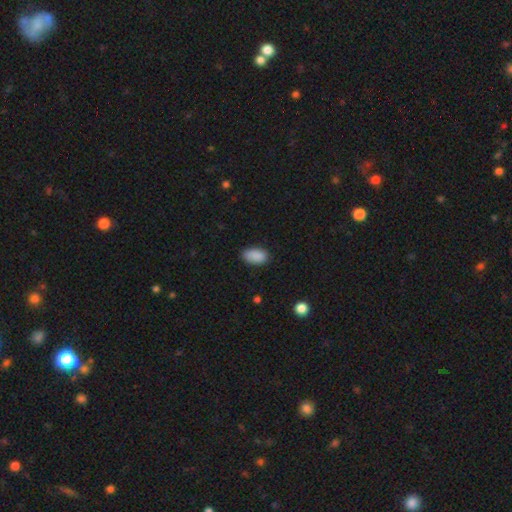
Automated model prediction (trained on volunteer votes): Q: Smooth or featured?
A: smooth (89%); runner-up: star or artifact (8%)
Q: How rounded?
A: in between (93%); runner-up: round (5%)
Q: Merging?
A: none (83%); runner-up: minor disturbance (13%)